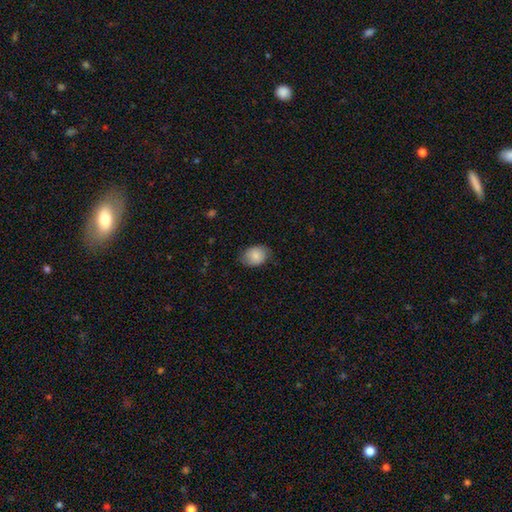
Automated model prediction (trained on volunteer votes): Smooth or featured: smooth — 83% (featured or disk — 10%)
How rounded: in between — 64% (round — 35%)
Merging: none — 75% (minor disturbance — 20%)